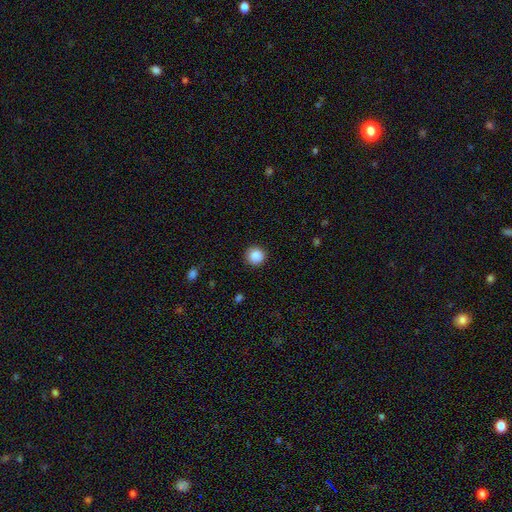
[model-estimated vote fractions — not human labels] This appears to be a smooth galaxy with no disk features (88%) that is round (95%). Merging: none (91%).